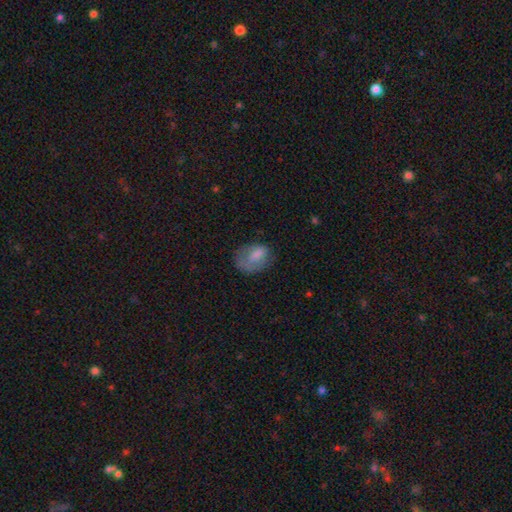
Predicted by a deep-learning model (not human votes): Morphology: type=smooth (69%); roundness=in between (78%); merging=none (45%).